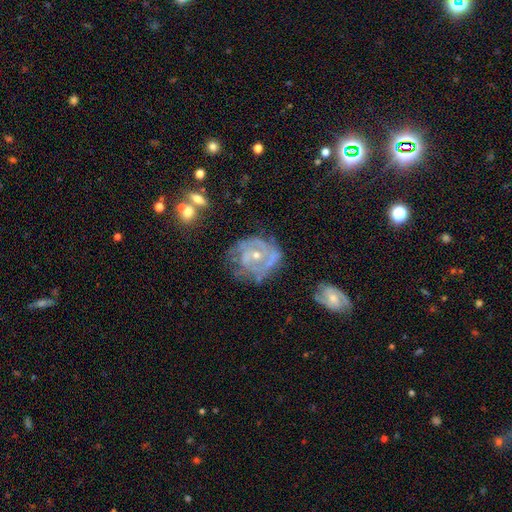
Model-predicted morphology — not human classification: smooth-or-featured: featured or disk: 80% | smooth: 12% | star or artifact: 8%
  disk-edge-on: no: 97% | yes: 3%
    bar: no: 71% | weak: 24% | strong: 6%
    has-spiral-arms: yes: 83% | no: 17%
      spiral-winding: tight: 58% | medium: 32% | loose: 10%
      spiral-arm-count: can't tell: 36% | 2: 31% | 3: 18% | 1: 7% | 4: 5% | more than 4: 4%
    bulge-size: small: 57% | moderate: 39% | none: 2% | large: 1% | dominant: 1%
  merging: none: 54% | minor disturbance: 25% | major disturbance: 17% | merger: 4%